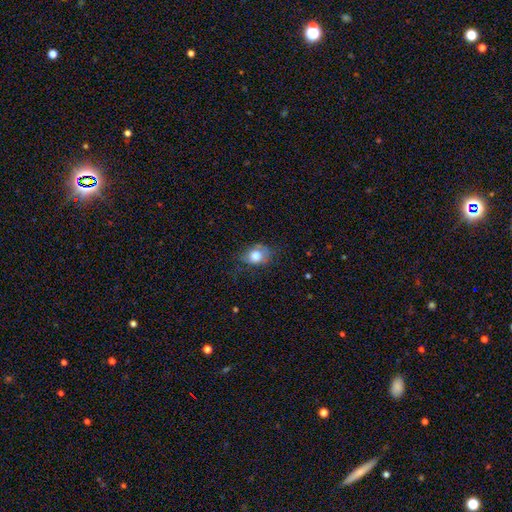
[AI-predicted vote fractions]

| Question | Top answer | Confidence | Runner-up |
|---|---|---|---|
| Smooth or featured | smooth | 78% | featured or disk (13%) |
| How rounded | in between | 54% | round (45%) |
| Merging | none | 54% | minor disturbance (30%) |